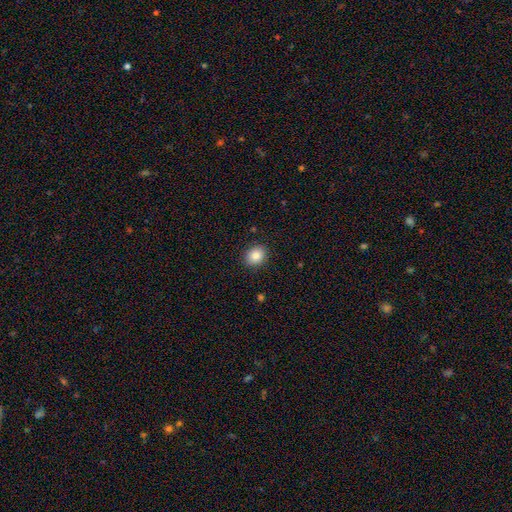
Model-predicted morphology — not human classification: Overall: smooth (85%). How rounded: round (56%; in between 44%). Merging: none (89%).